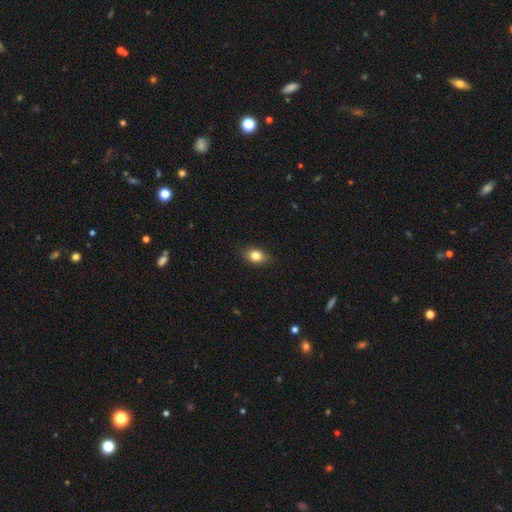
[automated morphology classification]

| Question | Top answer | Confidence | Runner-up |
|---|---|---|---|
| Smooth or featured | smooth | 83% | star or artifact (9%) |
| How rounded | in between | 72% | round (26%) |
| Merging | none | 86% | minor disturbance (11%) |